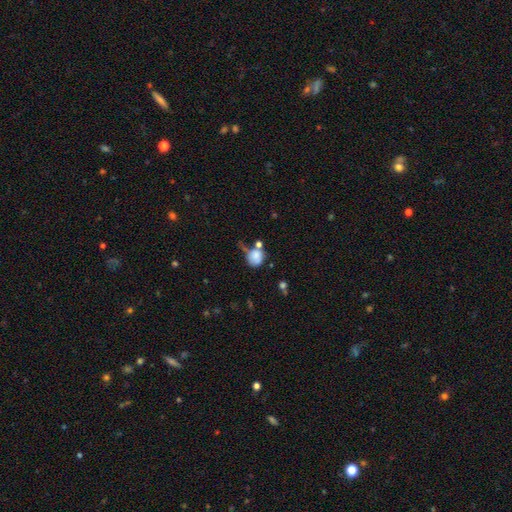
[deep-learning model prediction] A smooth galaxy with no disk features (80%) that is round (72%). Merging: none (35%).